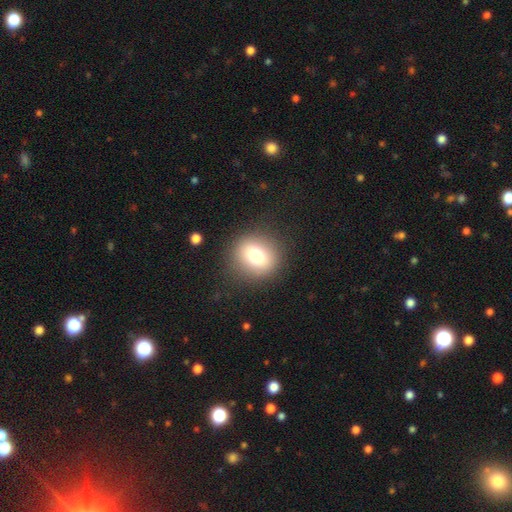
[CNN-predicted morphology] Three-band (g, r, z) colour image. It shows a smooth galaxy with no disk features (73%) that is round (81%). Merging: none (87%).